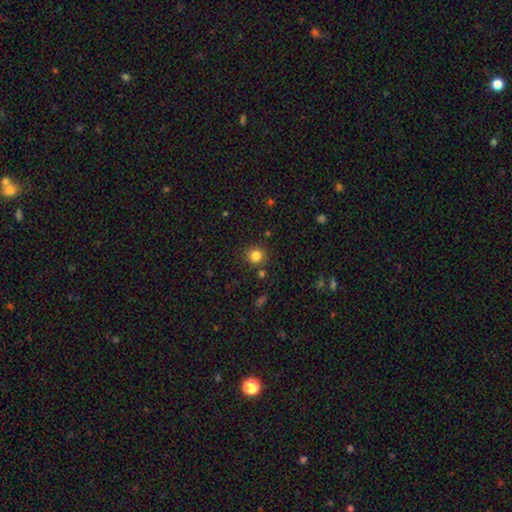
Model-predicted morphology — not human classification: Smooth or featured? smooth (82%)
How rounded? round (92%)
Merging? none (86%)